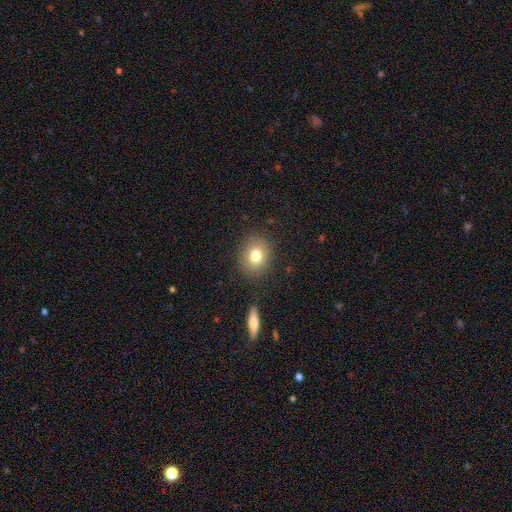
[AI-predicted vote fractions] The model was most divided on "how rounded": round: 56%, in between: 43%, cigar-shaped: 1%. More confident: merging — none (85%); smooth or featured — smooth (78%).